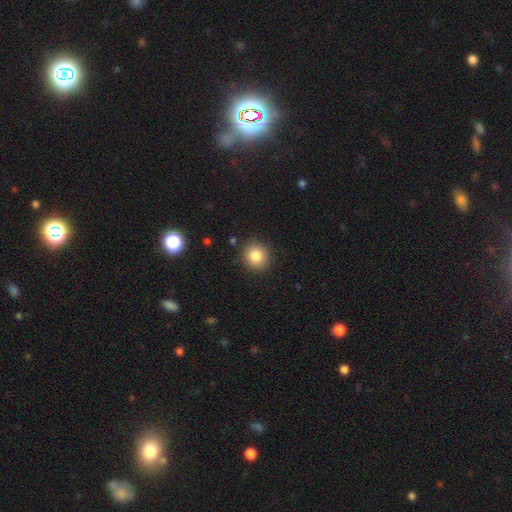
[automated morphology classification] A smooth galaxy with no disk features (83%) that is round (87%).

Vote fractions:
- Smooth or featured? smooth: 83% / star or artifact: 11% / featured or disk: 7%
- How rounded? round: 87% / in between: 12% / cigar-shaped: 1%
- Merging? none: 89% / minor disturbance: 8% / major disturbance: 2% / merger: 2%